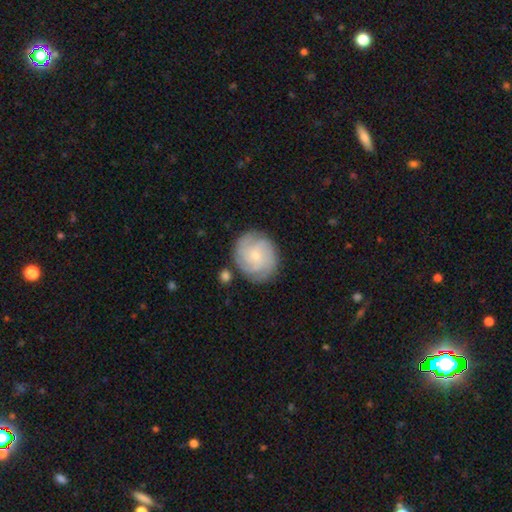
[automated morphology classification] Smooth or featured?
  - featured or disk: 69% *
  - smooth: 25%
  - star or artifact: 7%
Edge-on disk?
  - no: 98% *
  - yes: 2%
Bar?
  - no: 72% *
  - weak: 25%
  - strong: 3%
Spiral arms?
  - yes: 94% *
  - no: 6%
Spiral winding?
  - tight: 66% *
  - medium: 28%
  - loose: 6%
Spiral arm count?
  - 3: 32% *
  - can't tell: 25%
  - 4: 20%
  - 2: 12%
  - more than 4: 6%
  - 1: 5%
Bulge size?
  - small: 71% *
  - moderate: 24%
  - none: 3%
  - large: 1%
  - dominant: 1%
Merging?
  - none: 80% *
  - minor disturbance: 13%
  - major disturbance: 4%
  - merger: 3%